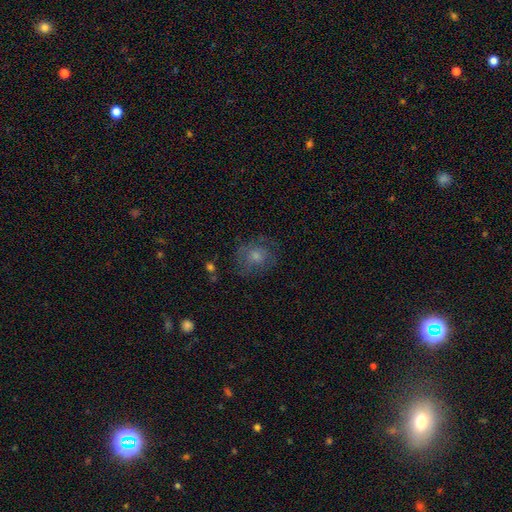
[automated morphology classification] Overall: featured or disk (42%; smooth 41%). Merging: none (72%).